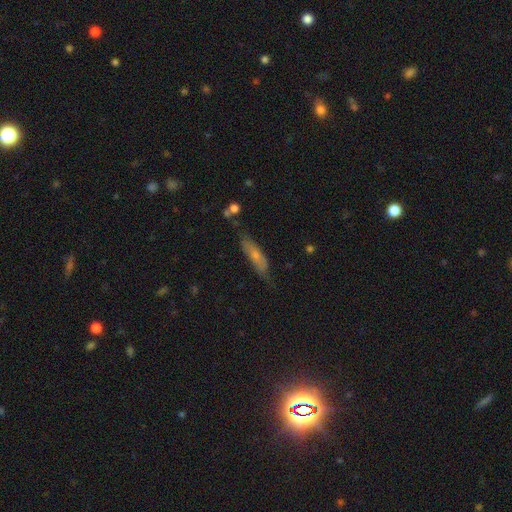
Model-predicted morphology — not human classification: Q: Smooth or featured?
A: smooth (59%); runner-up: featured or disk (34%)
Q: How rounded?
A: cigar-shaped (65%); runner-up: in between (33%)
Q: Merging?
A: none (60%); runner-up: minor disturbance (28%)